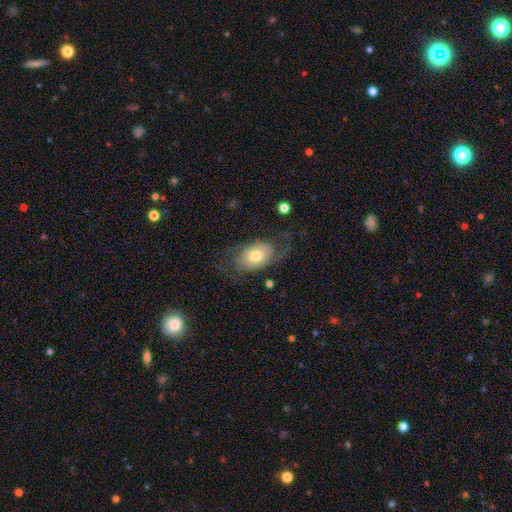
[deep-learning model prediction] The model was most divided on "smooth or featured": featured or disk: 58%, smooth: 35%, star or artifact: 7%. More confident: edge-on disk — no (94%); spiral arms — yes (80%); bar — no (72%); bulge size — moderate (68%); merging — none (55%).